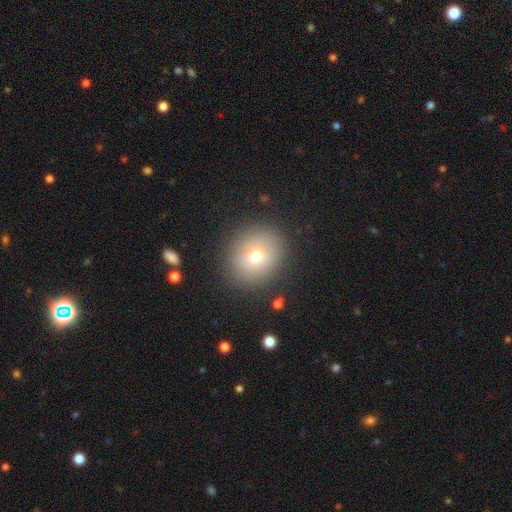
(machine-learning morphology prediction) A smooth galaxy with no disk features (69%) that is round (81%).

Vote fractions:
- Smooth or featured? smooth: 69% / featured or disk: 16% / star or artifact: 15%
- How rounded? round: 81% / in between: 18% / cigar-shaped: 1%
- Merging? none: 85% / minor disturbance: 9% / major disturbance: 4% / merger: 2%